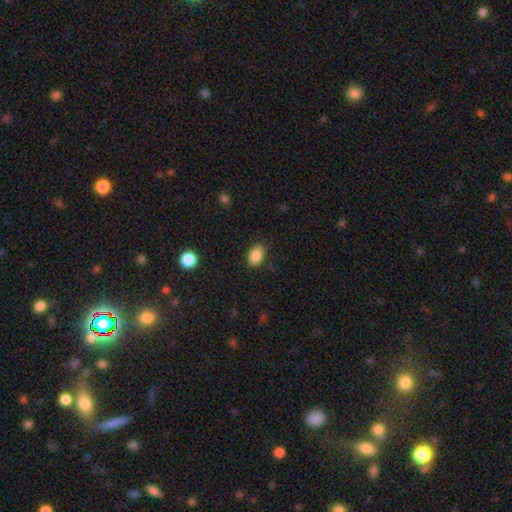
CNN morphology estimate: smooth-or-featured: smooth: 87% | star or artifact: 9% | featured or disk: 5%
  how-rounded: in between: 85% | round: 14% | cigar-shaped: 1%
  merging: none: 78% | minor disturbance: 17% | major disturbance: 4% | merger: 1%